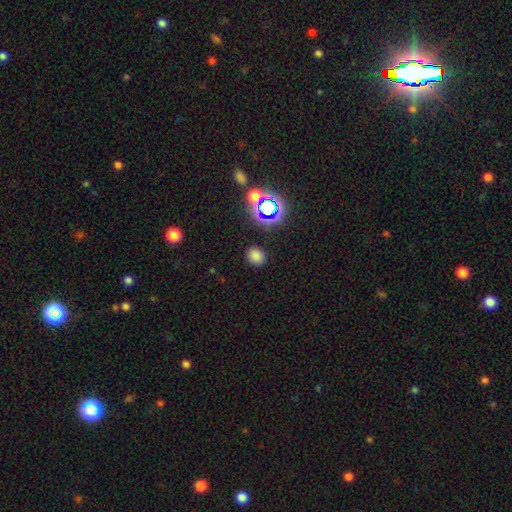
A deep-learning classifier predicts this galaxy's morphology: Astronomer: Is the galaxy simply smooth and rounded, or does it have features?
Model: smooth — 74%.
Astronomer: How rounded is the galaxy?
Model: round — 74%.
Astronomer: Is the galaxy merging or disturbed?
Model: none — 87%.